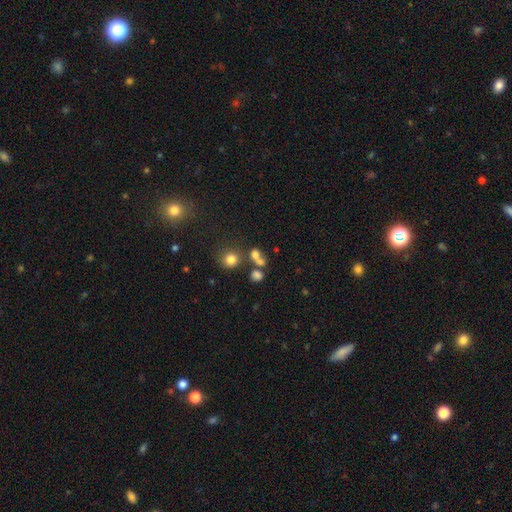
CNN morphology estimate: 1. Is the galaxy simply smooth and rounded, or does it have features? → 68% smooth, 19% star or artifact, 13% featured or disk.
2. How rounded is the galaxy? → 62% round, 36% in between, 2% cigar-shaped.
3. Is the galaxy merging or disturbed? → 43% none, 40% merger, 10% minor disturbance, 7% major disturbance.